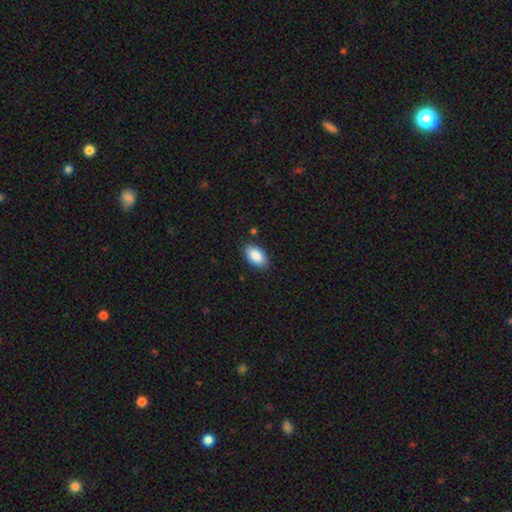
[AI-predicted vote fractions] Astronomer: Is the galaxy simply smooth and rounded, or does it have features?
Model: smooth — 88%.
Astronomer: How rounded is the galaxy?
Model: in between — 94%.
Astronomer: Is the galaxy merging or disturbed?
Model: none — 86%.